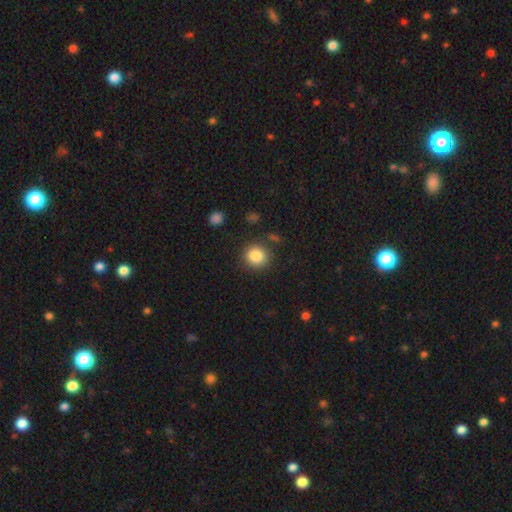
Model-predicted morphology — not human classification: Smooth or featured? Predicted: smooth (p=0.86). How rounded? Predicted: round (p=0.88). Merging? Predicted: none (p=0.85).